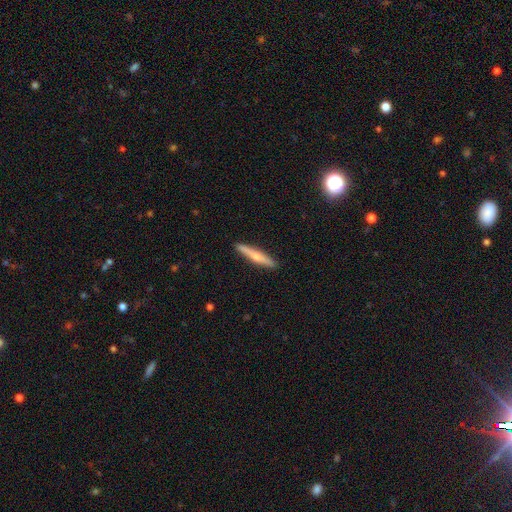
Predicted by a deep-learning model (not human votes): A smooth galaxy with no disk features (53%) that is cigar-shaped (92%).

Vote fractions:
- Smooth or featured? smooth: 53% / featured or disk: 41% / star or artifact: 6%
- How rounded? cigar-shaped: 92% / in between: 6% / round: 2%
- Merging? none: 91% / minor disturbance: 7% / major disturbance: 1% / merger: 1%